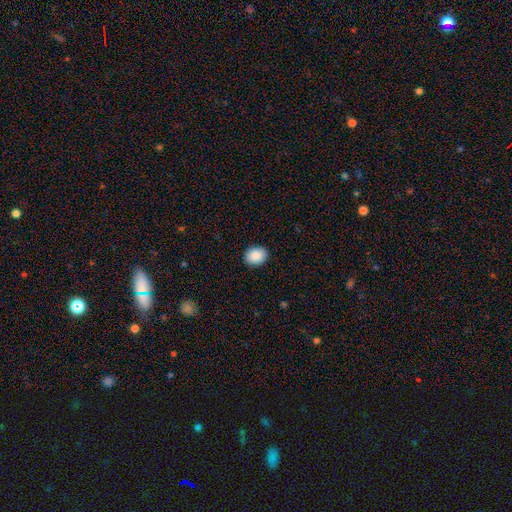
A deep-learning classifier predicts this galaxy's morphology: Overall: smooth (89%). How rounded: in between (53%; round 46%). Merging: none (90%).